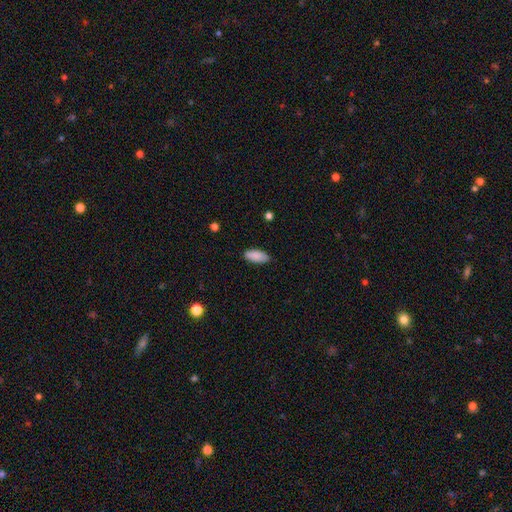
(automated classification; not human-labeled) smooth-or-featured: smooth: 88% | star or artifact: 6% | featured or disk: 5%
  how-rounded: in between: 87% | cigar-shaped: 11% | round: 2%
  merging: none: 85% | minor disturbance: 12% | major disturbance: 2% | merger: 1%